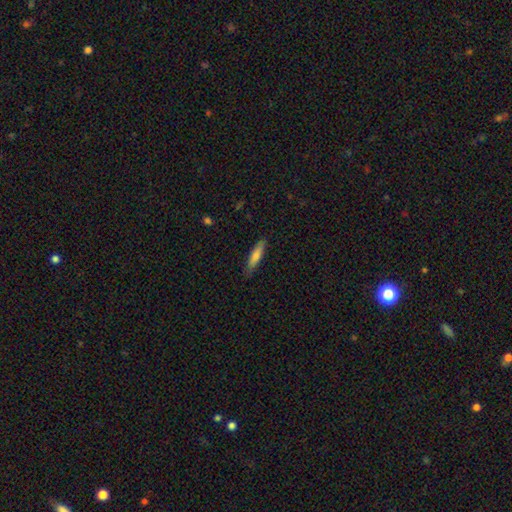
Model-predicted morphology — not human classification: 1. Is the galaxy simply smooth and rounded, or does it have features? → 69% smooth, 25% featured or disk, 7% star or artifact.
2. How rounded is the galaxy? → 83% cigar-shaped, 16% in between, 2% round.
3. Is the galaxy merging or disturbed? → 86% none, 11% minor disturbance, 2% major disturbance, 1% merger.